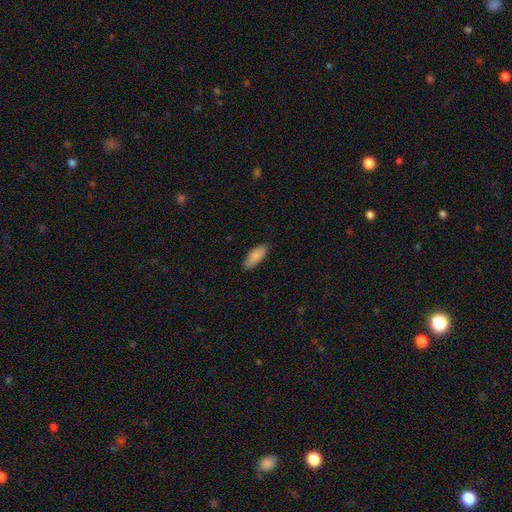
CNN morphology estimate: Q: Smooth or featured?
A: smooth (88%); runner-up: featured or disk (6%)
Q: How rounded?
A: in between (74%); runner-up: cigar-shaped (25%)
Q: Merging?
A: none (85%); runner-up: minor disturbance (12%)